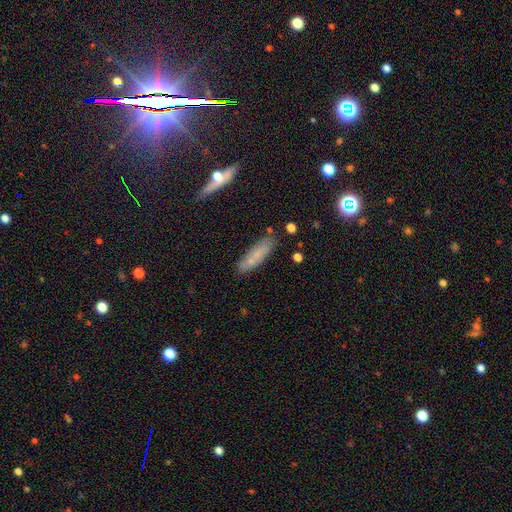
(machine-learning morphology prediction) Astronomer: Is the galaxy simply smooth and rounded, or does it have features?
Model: smooth — 69%.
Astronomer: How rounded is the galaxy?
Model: cigar-shaped — 66%.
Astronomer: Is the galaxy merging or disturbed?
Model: none — 81%.